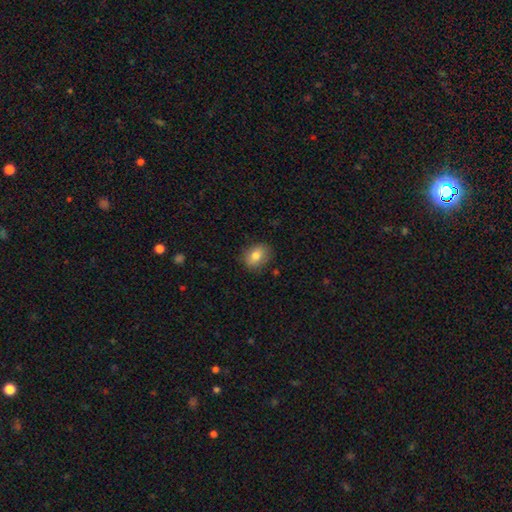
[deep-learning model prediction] Smooth or featured? Predicted: smooth (p=0.80). How rounded? Predicted: in between (p=0.62). Merging? Predicted: none (p=0.82).